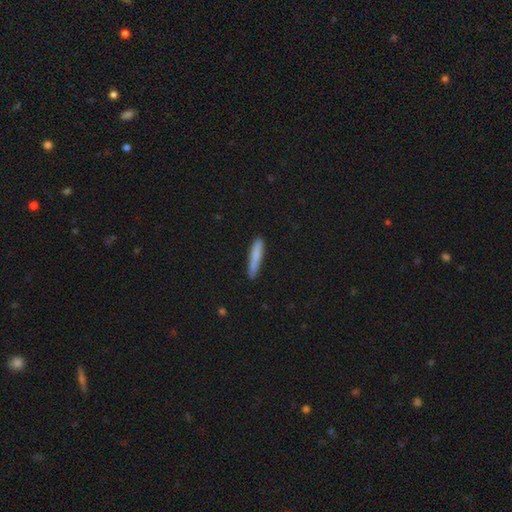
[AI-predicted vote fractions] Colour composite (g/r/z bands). It shows a smooth galaxy with no disk features (81%) that is cigar-shaped (92%). Merging: none (85%).